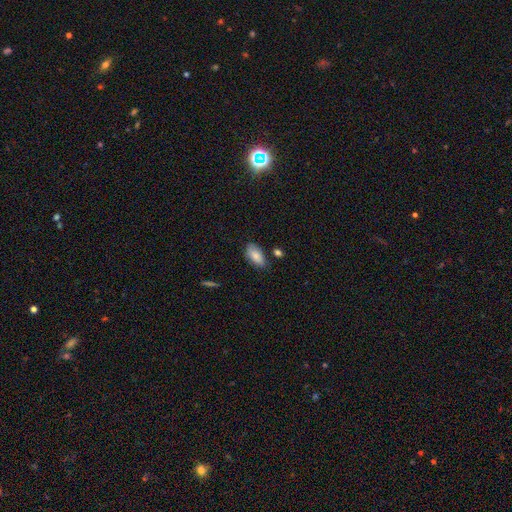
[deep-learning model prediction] Smooth or featured? smooth (83%)
How rounded? in between (92%)
Merging? none (71%)